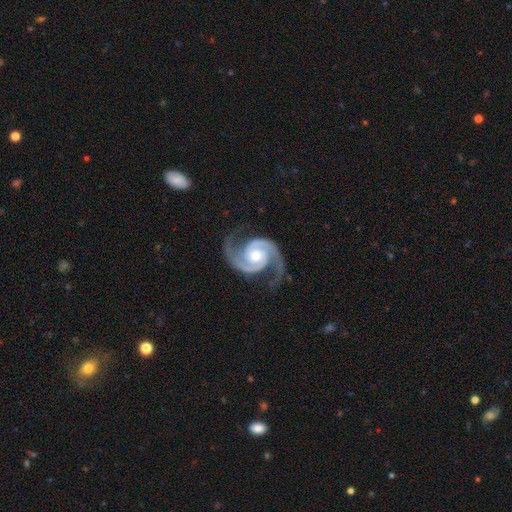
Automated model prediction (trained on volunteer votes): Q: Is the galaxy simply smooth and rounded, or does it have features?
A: featured or disk — 95%.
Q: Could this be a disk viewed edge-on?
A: no — 98%.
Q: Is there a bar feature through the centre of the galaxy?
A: no — 65%.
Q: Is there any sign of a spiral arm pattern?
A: yes — 99%.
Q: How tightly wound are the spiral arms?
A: medium — 62%.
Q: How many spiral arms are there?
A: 2 — 95%.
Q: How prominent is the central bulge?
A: moderate — 61%.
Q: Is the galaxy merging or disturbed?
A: none — 79%.